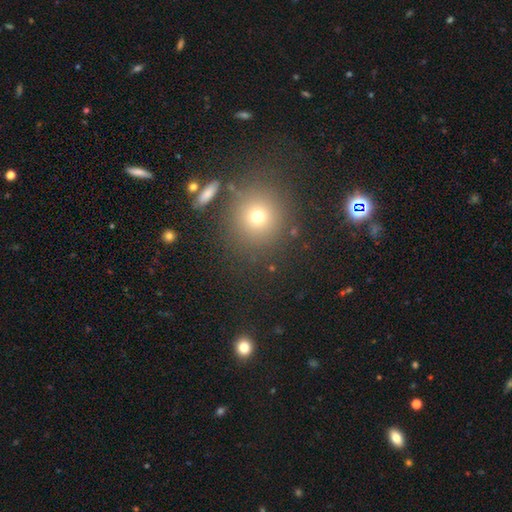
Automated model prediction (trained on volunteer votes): Smooth or featured: smooth — 54% (star or artifact — 37%)
How rounded: round — 90% (in between — 9%)
Merging: none — 85% (minor disturbance — 7%)